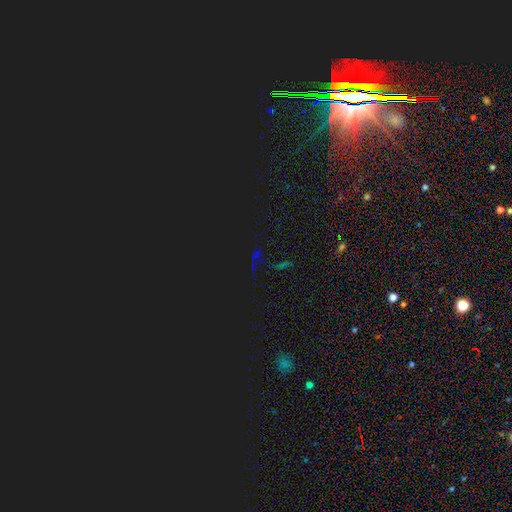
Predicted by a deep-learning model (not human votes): Overall: star or artifact (78%).